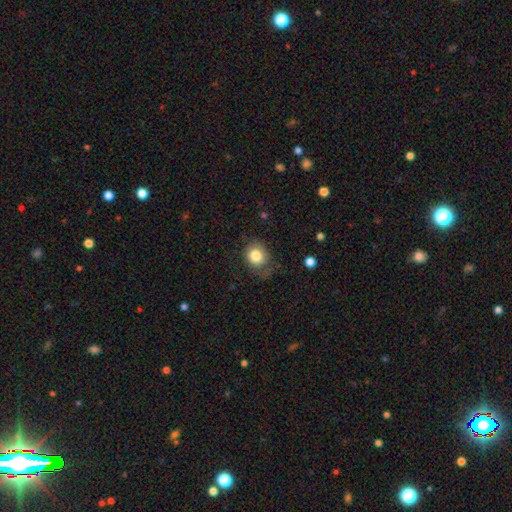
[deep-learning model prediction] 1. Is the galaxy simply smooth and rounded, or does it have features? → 81% smooth, 10% featured or disk, 9% star or artifact.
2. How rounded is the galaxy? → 63% round, 36% in between, 1% cigar-shaped.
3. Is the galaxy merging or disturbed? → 61% none, 25% minor disturbance, 13% major disturbance, 2% merger.